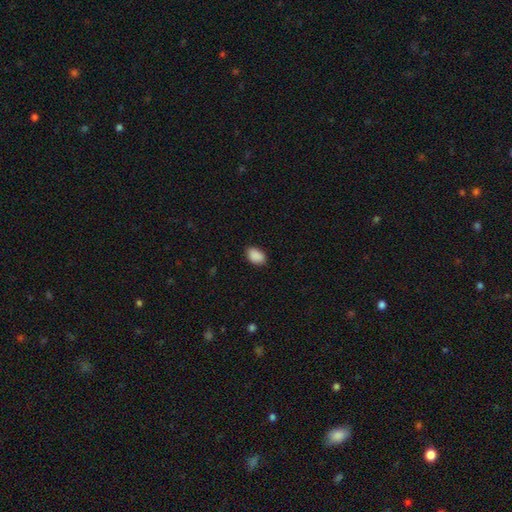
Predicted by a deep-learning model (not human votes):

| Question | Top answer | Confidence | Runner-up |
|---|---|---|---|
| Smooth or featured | smooth | 90% | star or artifact (8%) |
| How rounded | in between | 87% | round (12%) |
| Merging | none | 85% | minor disturbance (11%) |